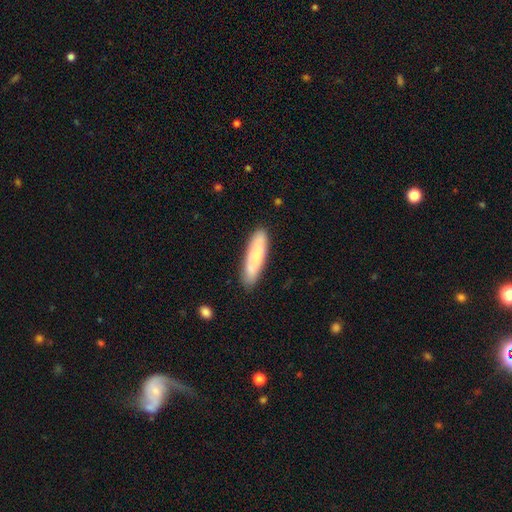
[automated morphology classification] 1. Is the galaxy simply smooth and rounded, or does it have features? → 74% smooth, 21% featured or disk, 6% star or artifact.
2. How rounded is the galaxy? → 76% cigar-shaped, 22% in between, 1% round.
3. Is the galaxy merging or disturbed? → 86% none, 10% minor disturbance, 2% major disturbance, 2% merger.